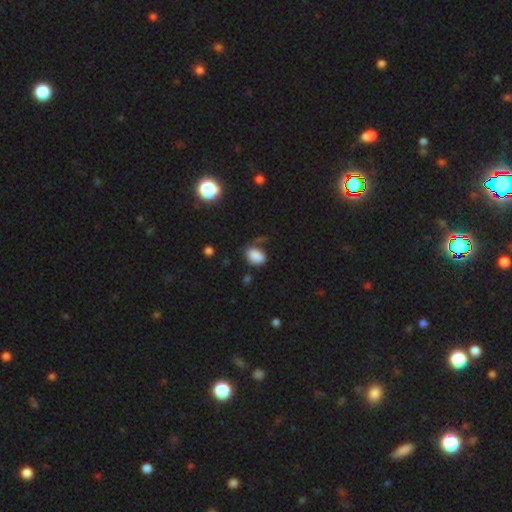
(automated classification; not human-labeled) Smooth or featured?
  - smooth: 85% *
  - star or artifact: 10%
  - featured or disk: 5%
How rounded?
  - in between: 80% *
  - round: 19%
  - cigar-shaped: 1%
Merging?
  - none: 61% *
  - minor disturbance: 23%
  - major disturbance: 10%
  - merger: 5%